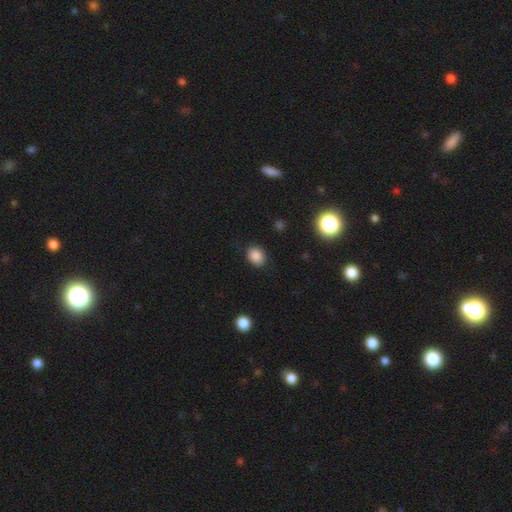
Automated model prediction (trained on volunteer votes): This is clearly a smooth galaxy (85%). How rounded: possibly in between (56%). Merging: clearly none (82%).